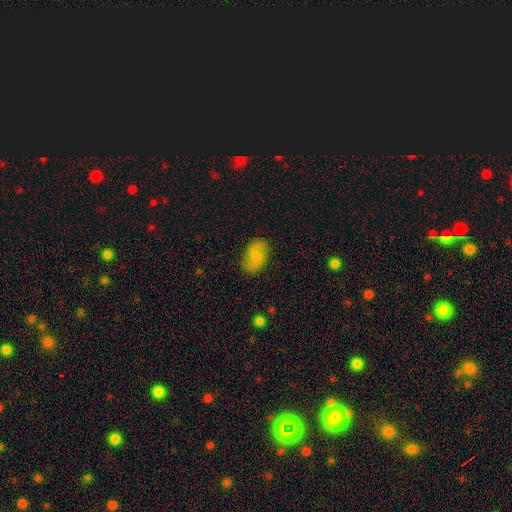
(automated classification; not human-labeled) Q: Smooth or featured?
A: smooth (67%); runner-up: featured or disk (25%)
Q: How rounded?
A: in between (90%); runner-up: round (9%)
Q: Merging?
A: none (81%); runner-up: minor disturbance (14%)